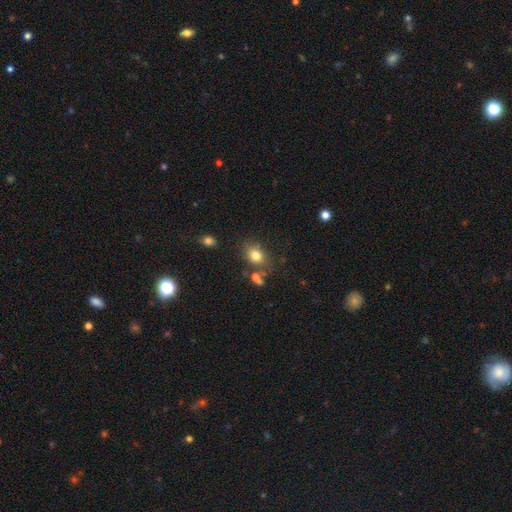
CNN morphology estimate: type=smooth (79%); roundness=in between (57%); merging=none (65%).